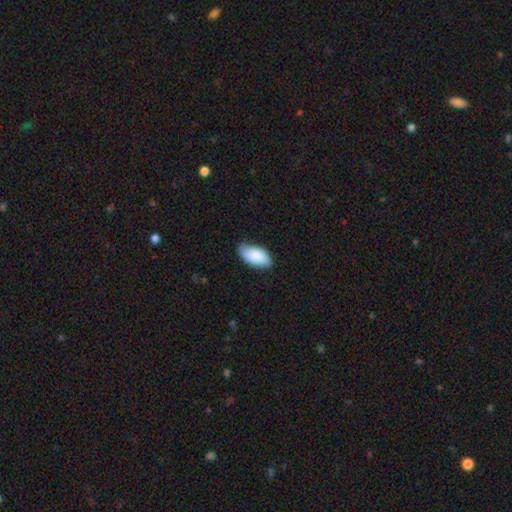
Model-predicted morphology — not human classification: smooth-or-featured: smooth: 84% | featured or disk: 10% | star or artifact: 6%
  how-rounded: in between: 95% | cigar-shaped: 3% | round: 2%
  merging: none: 76% | minor disturbance: 19% | major disturbance: 3% | merger: 1%